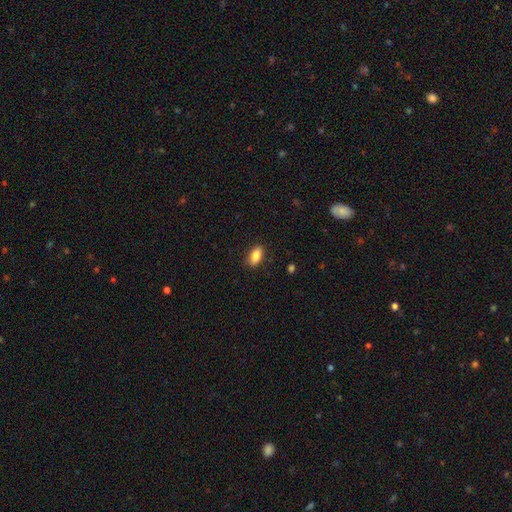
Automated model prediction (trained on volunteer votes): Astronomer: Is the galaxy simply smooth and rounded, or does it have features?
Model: smooth — 85%.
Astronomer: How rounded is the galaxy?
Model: in between — 87%.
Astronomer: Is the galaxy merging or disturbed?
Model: none — 85%.